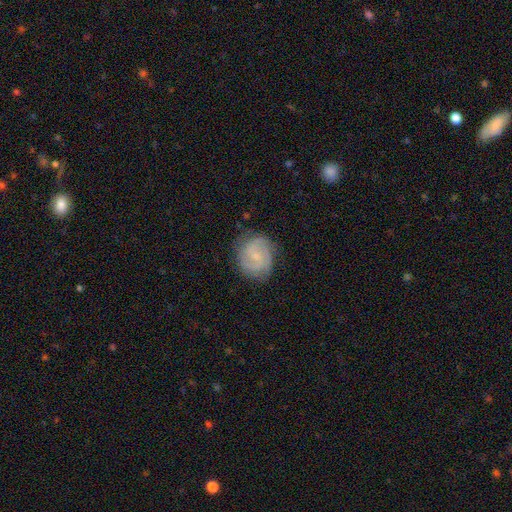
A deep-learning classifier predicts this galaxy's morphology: Smooth or featured? featured or disk (72%)
Edge-on disk? no (98%)
Bar? no (50%)
Spiral arms? yes (94%)
Spiral winding? medium (45%)
Spiral arm count? 2 (63%)
Bulge size? small (70%)
Merging? none (77%)